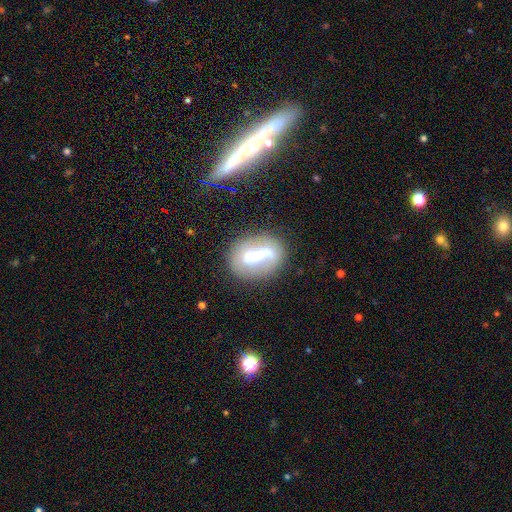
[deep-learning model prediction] Q: Smooth or featured?
A: featured or disk (53%); runner-up: smooth (38%)
Q: Edge-on disk?
A: no (87%); runner-up: yes (13%)
Q: Merging?
A: none (70%); runner-up: minor disturbance (17%)